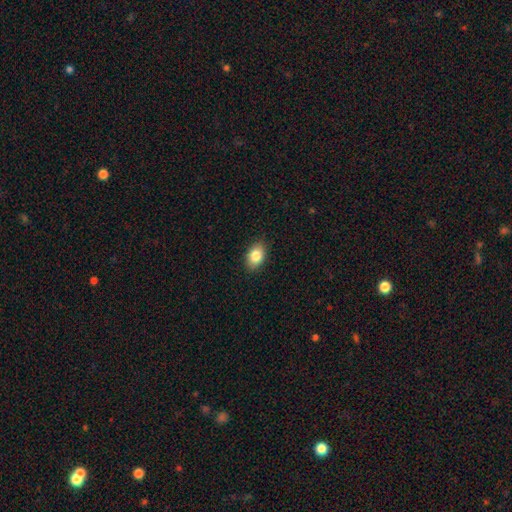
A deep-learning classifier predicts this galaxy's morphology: This appears to be a smooth galaxy with no disk features (85%) that is in between round and cigar-shaped (83%). Merging: none (88%).